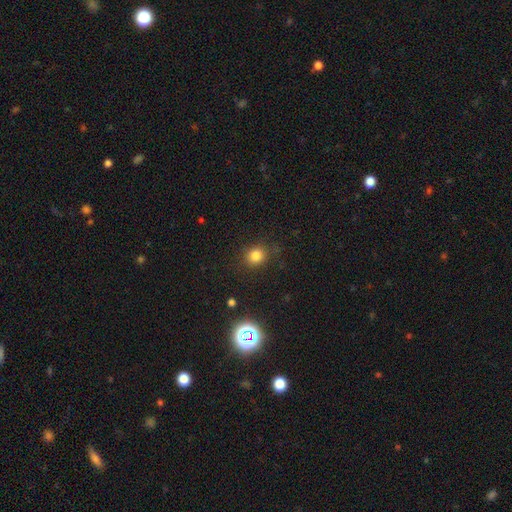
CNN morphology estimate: The model was most divided on "how rounded": round: 77%, in between: 22%, cigar-shaped: 1%. More confident: merging — none (82%); smooth or featured — smooth (80%).